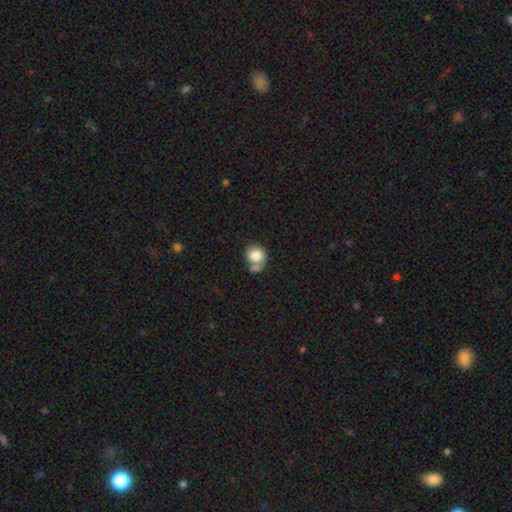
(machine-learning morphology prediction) Smooth or featured? Predicted: smooth (p=0.82). How rounded? Predicted: round (p=0.81). Merging? Predicted: none (p=0.44).